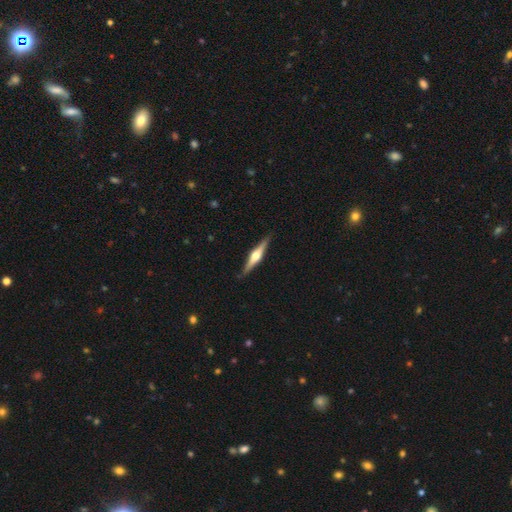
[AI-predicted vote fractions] smooth-or-featured: featured or disk: 75% | smooth: 20% | star or artifact: 5%
  disk-edge-on: yes: 98% | no: 2%
    edge-on-bulge: rounded: 93% | boxy: 5% | none: 2%
  merging: none: 89% | minor disturbance: 8% | major disturbance: 2% | merger: 1%